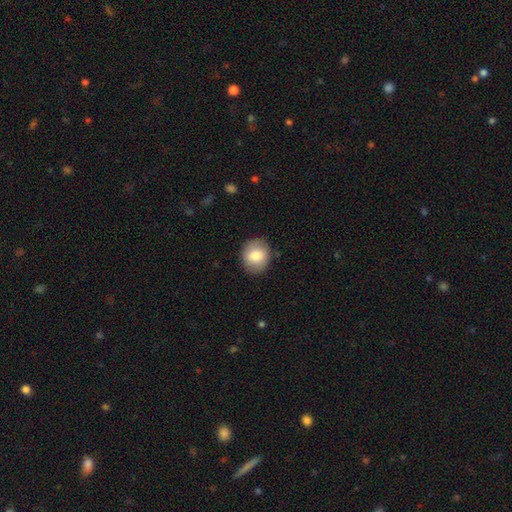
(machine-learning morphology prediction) A smooth galaxy with no disk features (77%) that is round (69%). Merging: none (86%).